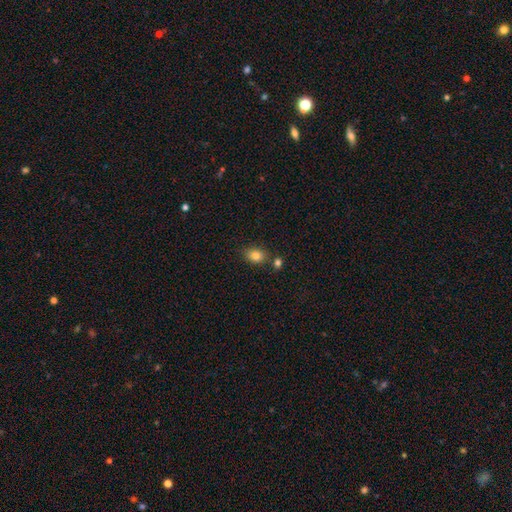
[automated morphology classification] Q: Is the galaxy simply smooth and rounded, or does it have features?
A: smooth — 83%.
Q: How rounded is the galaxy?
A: in between — 68%.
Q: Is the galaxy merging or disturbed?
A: none — 73%.